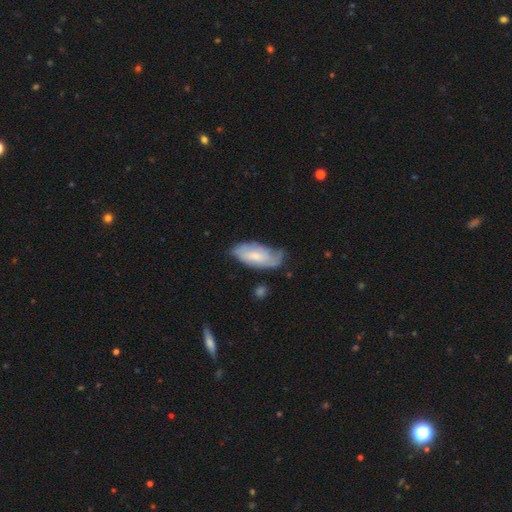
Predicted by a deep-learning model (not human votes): Smooth or featured? smooth (49%)
Merging? none (51%)